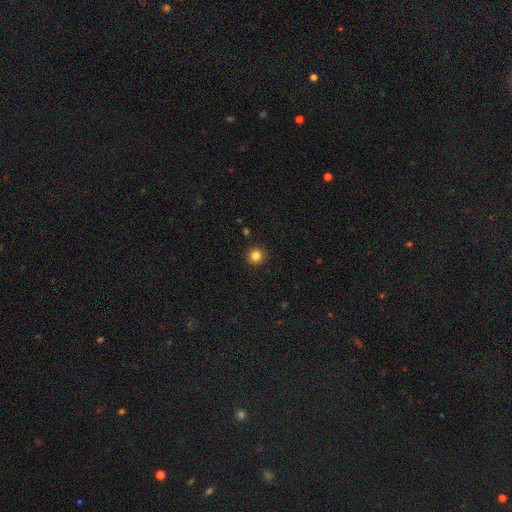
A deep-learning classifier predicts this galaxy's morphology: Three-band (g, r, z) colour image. It shows a smooth galaxy with no disk features (83%) that is round (94%). Merging: none (93%).